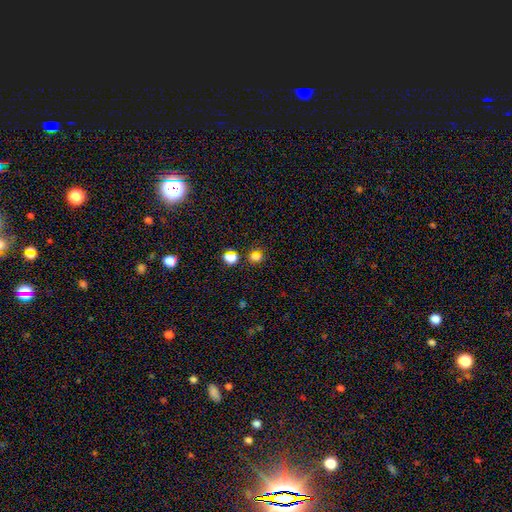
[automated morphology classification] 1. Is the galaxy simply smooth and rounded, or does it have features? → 64% smooth, 30% star or artifact, 6% featured or disk.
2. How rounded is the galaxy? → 66% round, 33% in between, 1% cigar-shaped.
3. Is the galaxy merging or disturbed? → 76% none, 11% minor disturbance, 8% merger, 4% major disturbance.